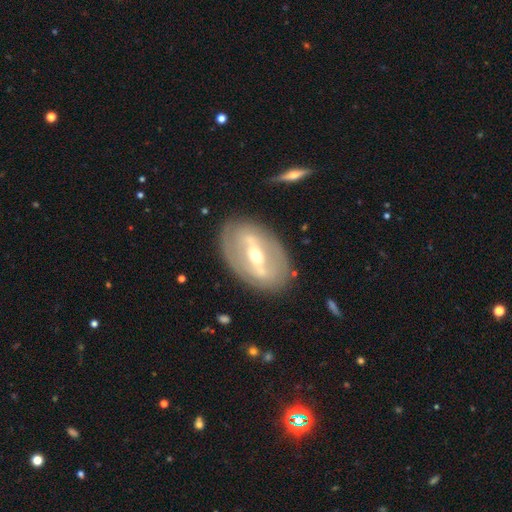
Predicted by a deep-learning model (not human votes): Q: Smooth or featured?
A: featured or disk (76%); runner-up: smooth (18%)
Q: Edge-on disk?
A: no (87%); runner-up: yes (13%)
Q: Bar?
A: strong (67%); runner-up: weak (24%)
Q: Spiral arms?
A: no (60%); runner-up: yes (40%)
Q: Bulge size?
A: moderate (60%); runner-up: small (34%)
Q: Merging?
A: none (81%); runner-up: minor disturbance (12%)